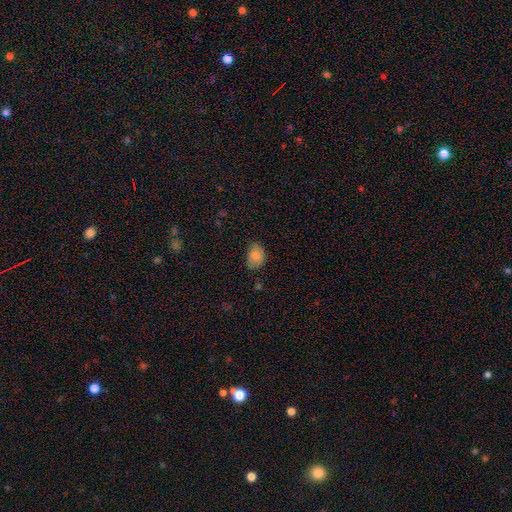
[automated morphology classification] Q: Smooth or featured?
A: smooth (84%); runner-up: star or artifact (8%)
Q: How rounded?
A: in between (71%); runner-up: round (28%)
Q: Merging?
A: none (70%); runner-up: minor disturbance (24%)